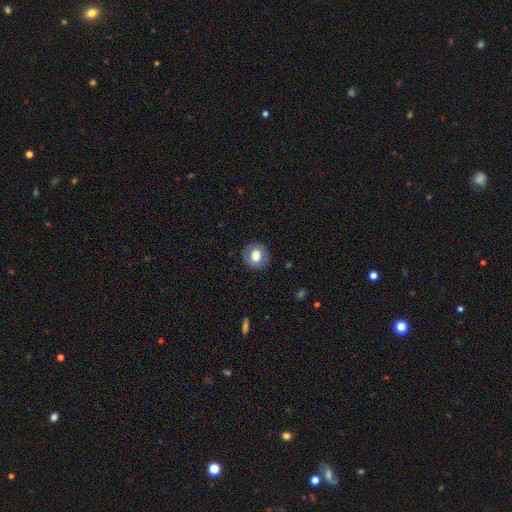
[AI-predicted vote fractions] This is likely a smooth galaxy (73%). How rounded: likely round (75%). Merging: clearly none (84%).